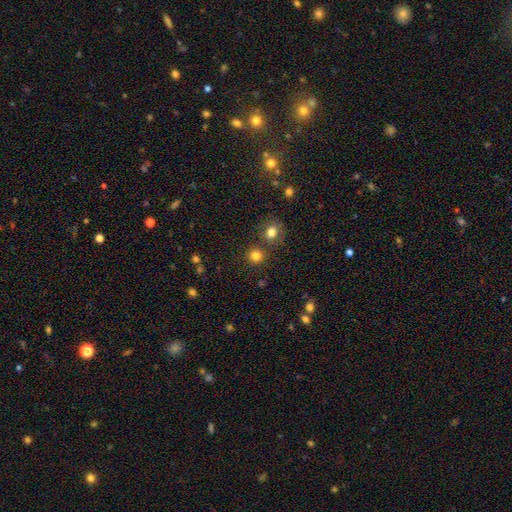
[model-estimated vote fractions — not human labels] The model was most divided on "merging": none: 78%, merger: 13%, minor disturbance: 7%, major disturbance: 3%. More confident: how rounded — round (92%); smooth or featured — smooth (81%).